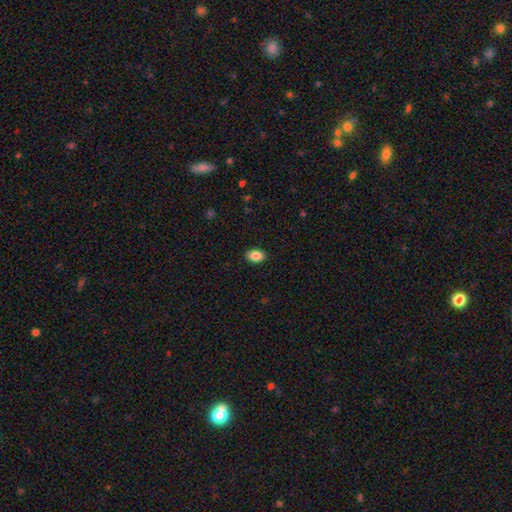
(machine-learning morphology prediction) This appears to be a smooth galaxy with no disk features (88%) that is in between round and cigar-shaped (85%). Merging: none (90%).